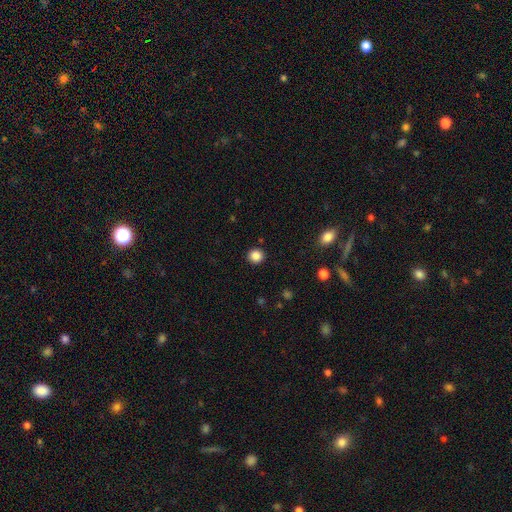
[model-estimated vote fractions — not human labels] This appears to be a smooth galaxy with no disk features (86%) that is round (90%). Merging: none (91%).